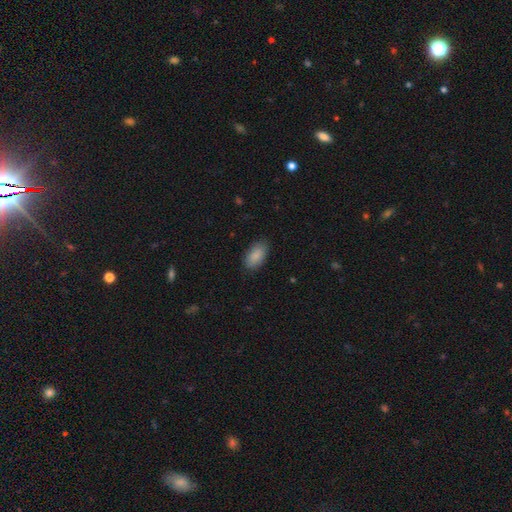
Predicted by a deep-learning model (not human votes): Morphology: type=smooth (88%); roundness=in between (93%); merging=none (84%).